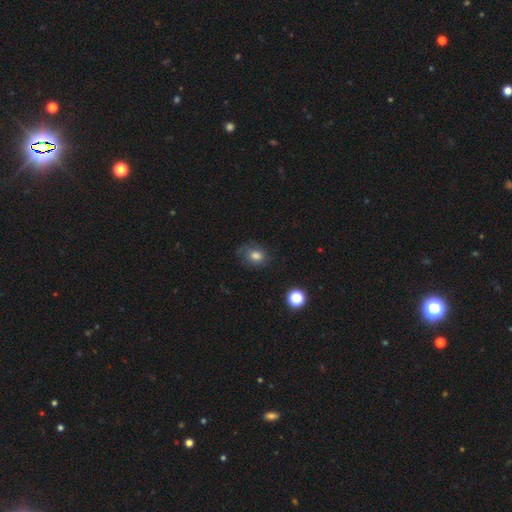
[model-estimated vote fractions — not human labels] Smooth or featured? Predicted: smooth (p=0.70). How rounded? Predicted: round (p=0.51). Merging? Predicted: none (p=0.66).